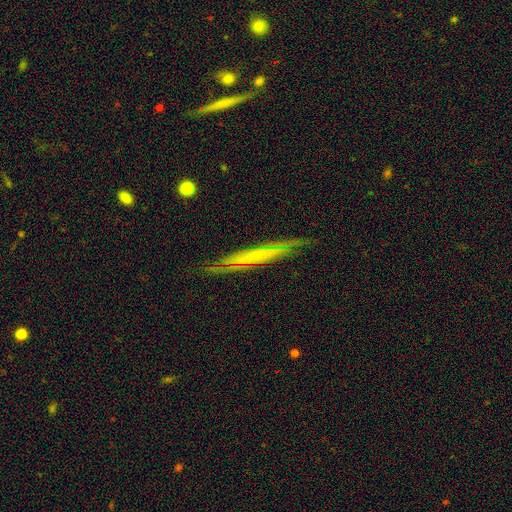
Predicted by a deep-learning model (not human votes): Smooth or featured?
  - featured or disk: 66% *
  - smooth: 26%
  - star or artifact: 7%
Edge-on disk?
  - yes: 77% *
  - no: 23%
Edge-on bulge?
  - none: 79% *
  - rounded: 14%
  - boxy: 7%
Merging?
  - none: 78% *
  - minor disturbance: 16%
  - major disturbance: 4%
  - merger: 2%